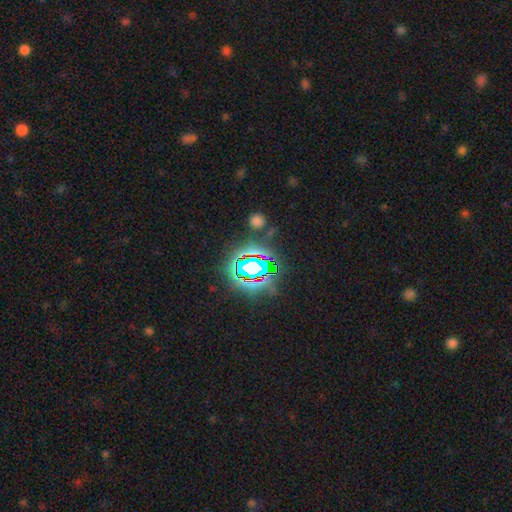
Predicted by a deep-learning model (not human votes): Smooth or featured? star or artifact (76%)